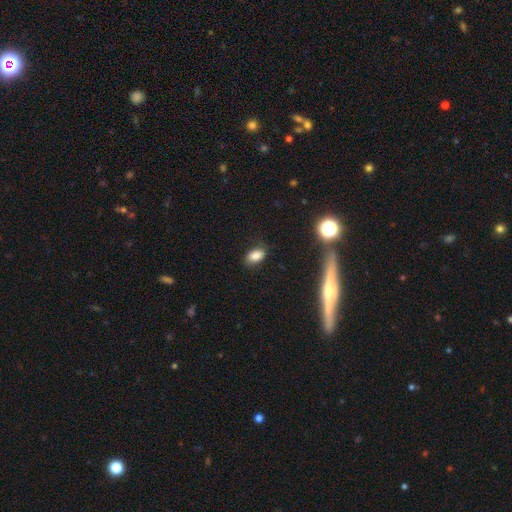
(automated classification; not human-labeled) smooth-or-featured: smooth: 82% | star or artifact: 11% | featured or disk: 7%
  how-rounded: in between: 88% | round: 10% | cigar-shaped: 2%
  merging: none: 82% | minor disturbance: 14% | major disturbance: 3% | merger: 1%